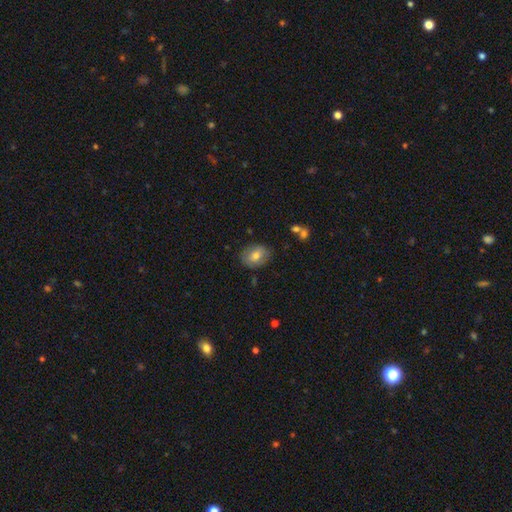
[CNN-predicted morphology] The model was most divided on "how rounded": in between: 63%, round: 35%, cigar-shaped: 1%. More confident: merging — none (79%); smooth or featured — smooth (70%).